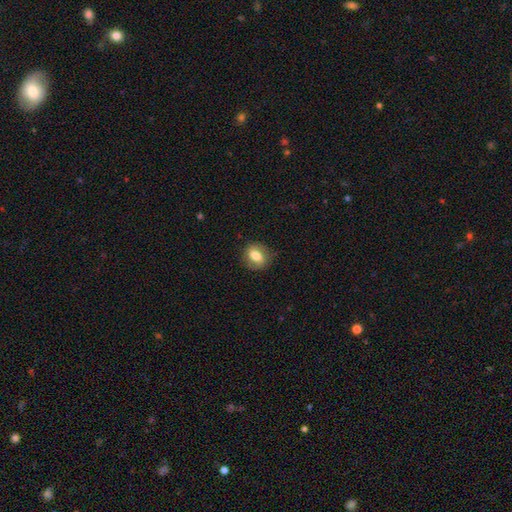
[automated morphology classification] smooth-or-featured: smooth: 71% | featured or disk: 21% | star or artifact: 8%
  how-rounded: in between: 52% | round: 46% | cigar-shaped: 2%
  merging: none: 81% | minor disturbance: 14% | major disturbance: 4% | merger: 1%